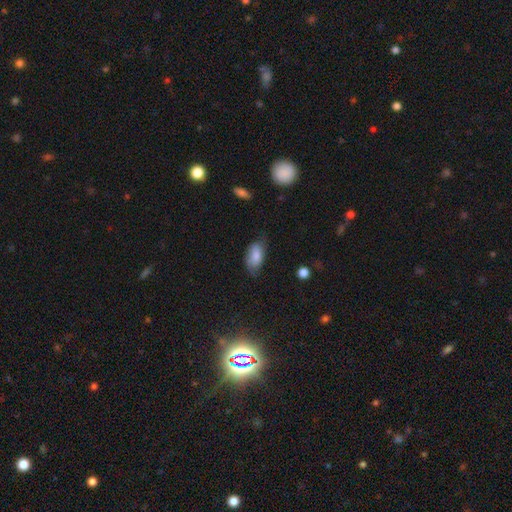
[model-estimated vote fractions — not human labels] Overall: smooth (77%). How rounded: in between (92%). Merging: none (55%; minor disturbance 33%).